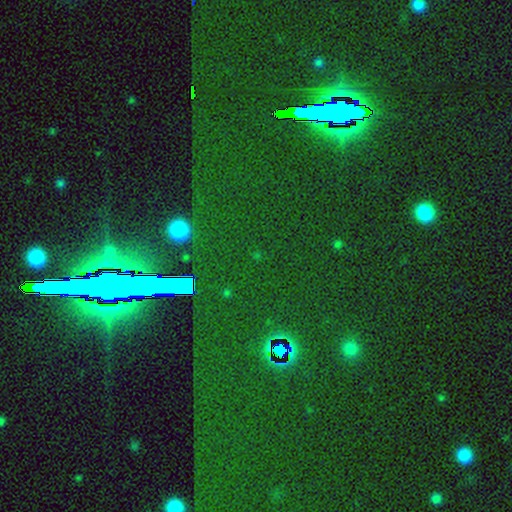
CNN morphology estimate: This appears to be a star or artifact, not a galaxy (81%).